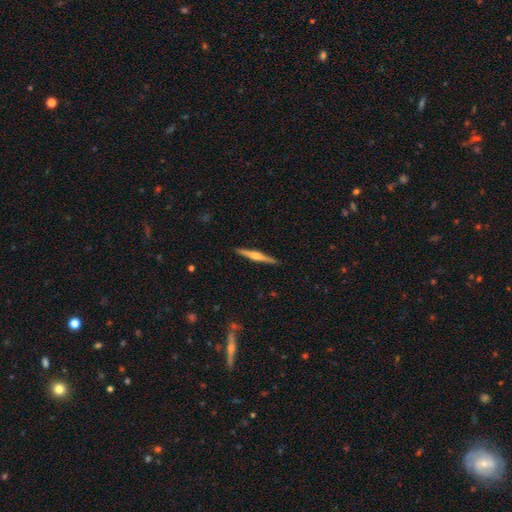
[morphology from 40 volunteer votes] Q: Smooth or featured?
A: featured or disk (62%); runner-up: smooth (32%)
Q: Edge-on disk?
A: yes (100%)
Q: Edge-on bulge?
A: rounded (56%); runner-up: boxy (40%)
Q: Merging?
A: none (92%); runner-up: minor disturbance (5%)